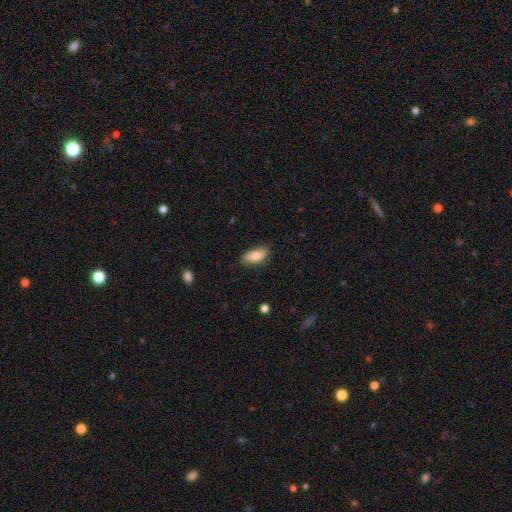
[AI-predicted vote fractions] Overall: smooth (75%). How rounded: in between (86%). Merging: none (76%).